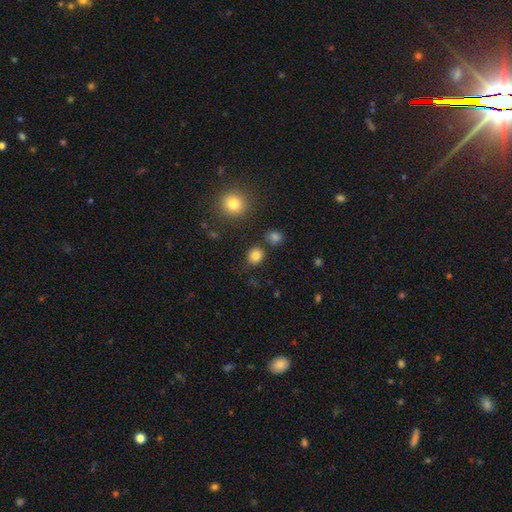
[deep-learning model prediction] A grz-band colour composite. It shows a smooth galaxy with no disk features (83%) that is round (71%). Merging: none (81%).